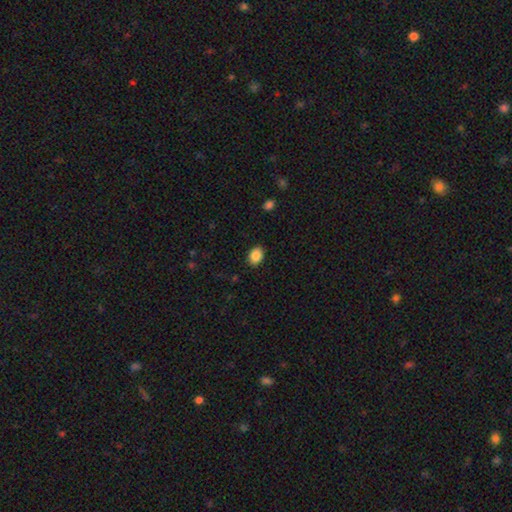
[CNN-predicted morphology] Smooth or featured? smooth (87%)
How rounded? in between (71%)
Merging? none (88%)